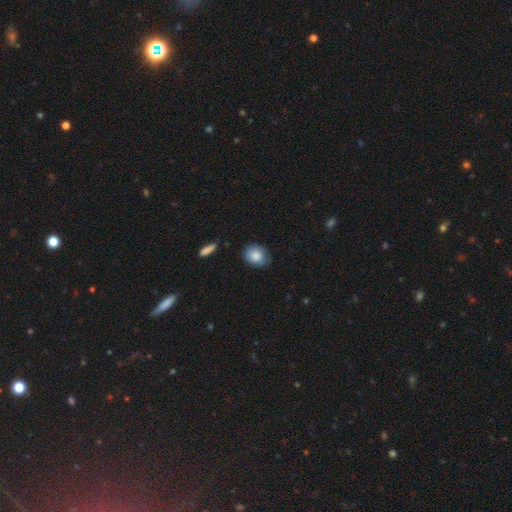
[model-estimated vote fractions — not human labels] Overall: smooth (82%). How rounded: round (57%; in between 42%). Merging: none (70%).